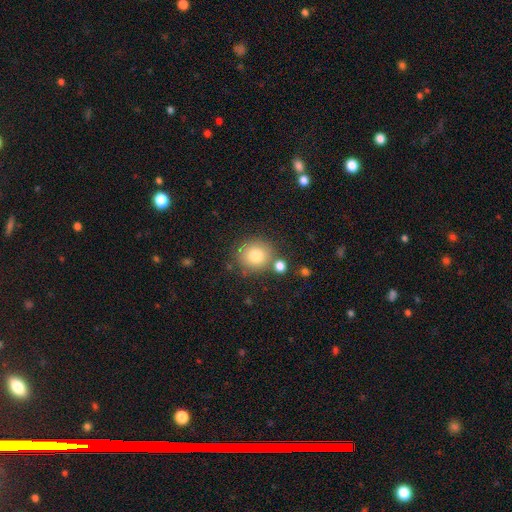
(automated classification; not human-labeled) Morphology: type=smooth (80%); roundness=round (86%); merging=none (74%).